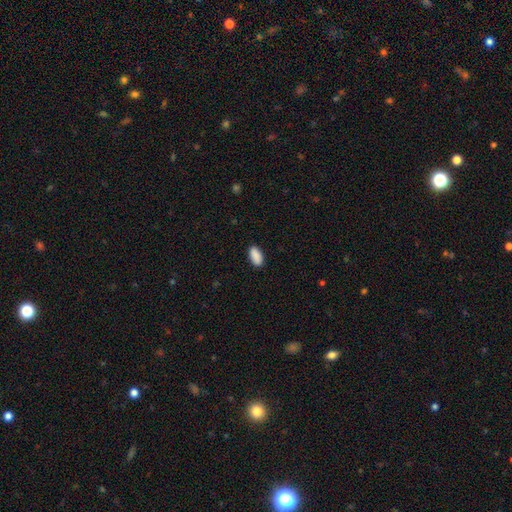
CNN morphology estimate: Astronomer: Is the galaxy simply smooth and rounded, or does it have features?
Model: smooth — 90%.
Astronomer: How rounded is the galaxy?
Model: in between — 92%.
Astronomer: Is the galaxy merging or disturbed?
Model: none — 88%.